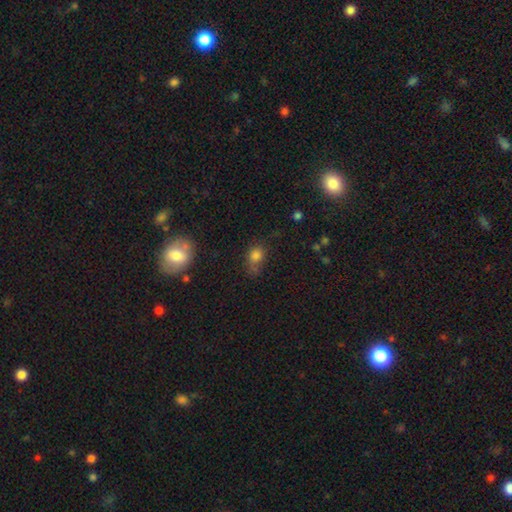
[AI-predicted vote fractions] Overall: smooth (75%). How rounded: in between (52%; round 45%). Merging: none (50%; minor disturbance 27%).